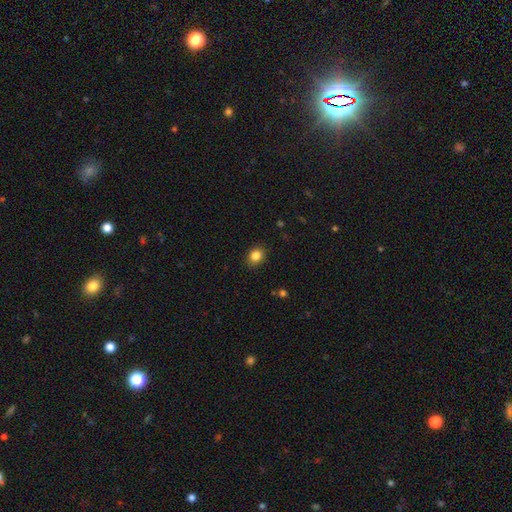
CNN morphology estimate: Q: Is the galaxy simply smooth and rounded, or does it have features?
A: smooth — 84%.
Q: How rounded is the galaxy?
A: round — 60%.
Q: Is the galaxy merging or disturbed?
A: none — 88%.